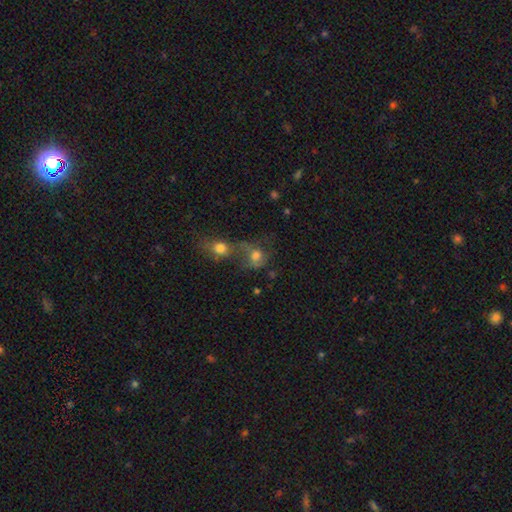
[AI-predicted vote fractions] smooth_or_featured: smooth (p=0.65) [alt: featured or disk p=0.21]
how_rounded: round (p=0.63) [alt: in between p=0.36]
merging: merger (p=0.59) [alt: none p=0.22]